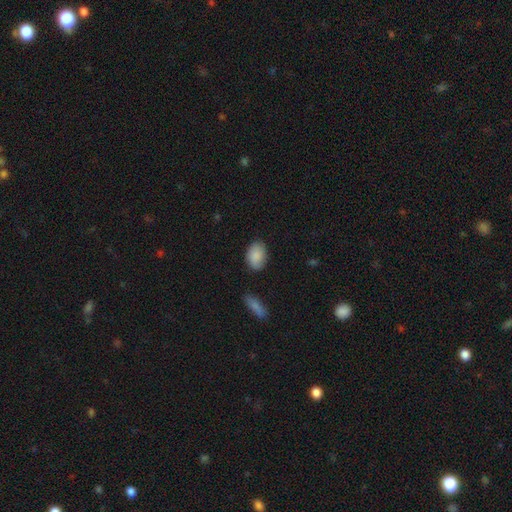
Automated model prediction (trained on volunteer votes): Smooth or featured: smooth — 86% (featured or disk — 7%)
How rounded: in between — 83% (round — 16%)
Merging: none — 77% (minor disturbance — 17%)